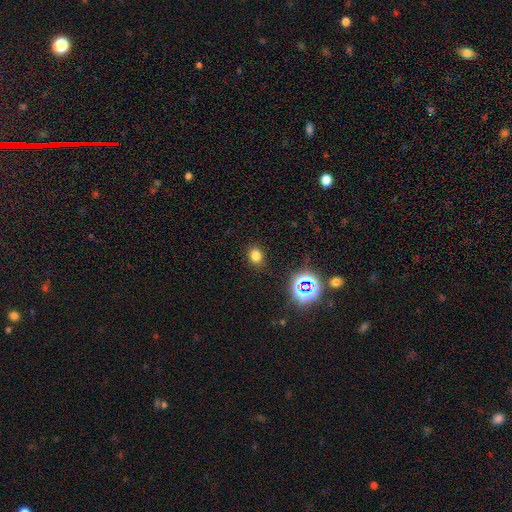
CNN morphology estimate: The model was most divided on "how rounded": round: 53%, in between: 46%, cigar-shaped: 1%. More confident: merging — none (86%); smooth or featured — smooth (74%).